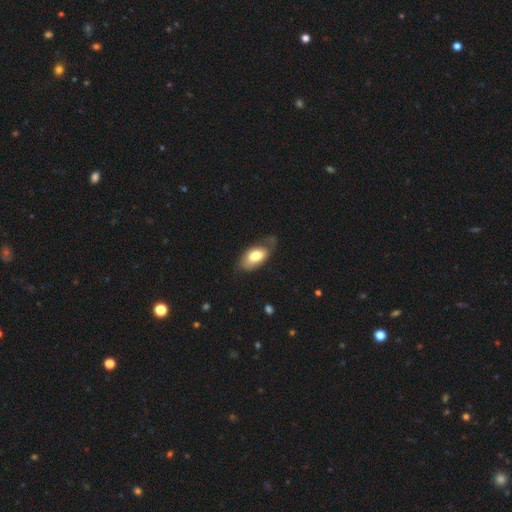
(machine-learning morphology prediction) A smooth galaxy with no disk features (68%) that is in between round and cigar-shaped (93%). Merging: none (49%).